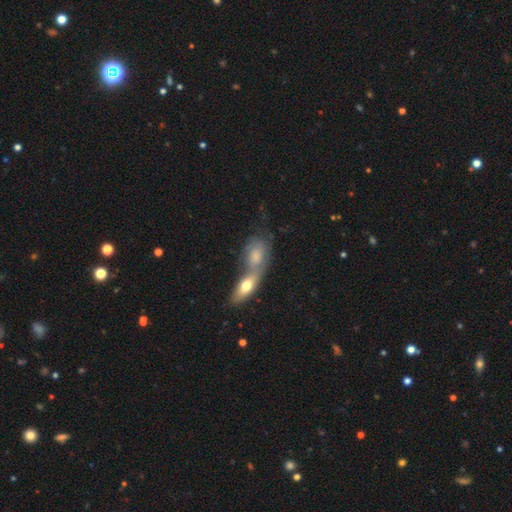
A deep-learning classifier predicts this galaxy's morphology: Q: Smooth or featured?
A: smooth (61%); runner-up: featured or disk (32%)
Q: How rounded?
A: in between (82%); runner-up: round (9%)
Q: Merging?
A: merger (63%); runner-up: none (22%)